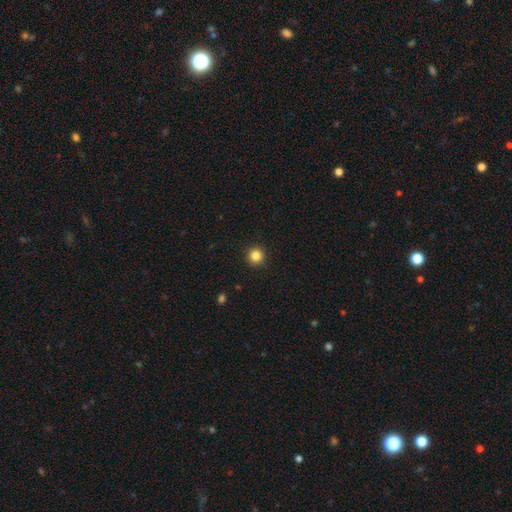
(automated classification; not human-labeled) This is clearly a smooth galaxy (84%). How rounded: clearly round (96%). Merging: clearly none (93%).